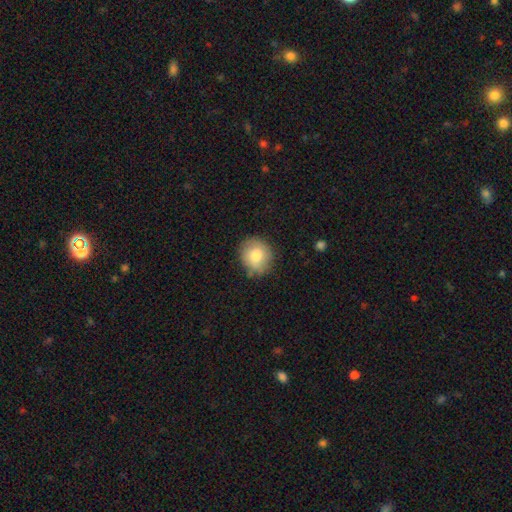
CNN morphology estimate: smooth 81%, featured or disk 11%, star or artifact 7%. Down the decision tree: how rounded — round (81%); merging — none (81%).